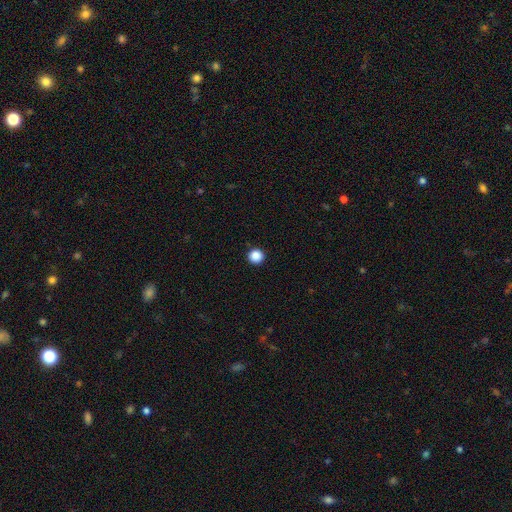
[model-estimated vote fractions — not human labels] Q: Smooth or featured?
A: smooth (88%); runner-up: star or artifact (10%)
Q: How rounded?
A: round (96%); runner-up: in between (3%)
Q: Merging?
A: none (94%); runner-up: minor disturbance (4%)